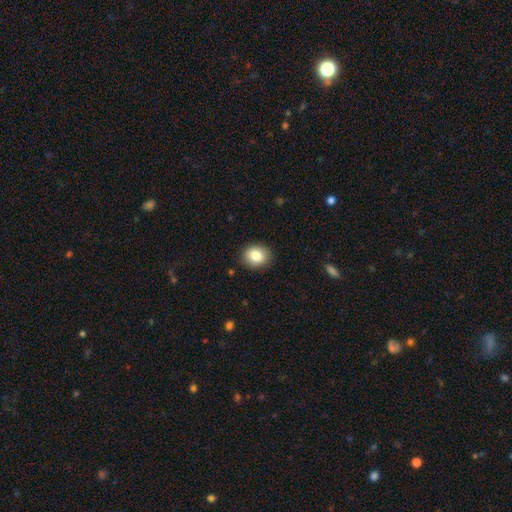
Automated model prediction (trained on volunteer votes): A smooth galaxy with no disk features (83%) that is round (59%).

Vote fractions:
- Smooth or featured? smooth: 83% / star or artifact: 9% / featured or disk: 8%
- How rounded? round: 59% / in between: 40% / cigar-shaped: 1%
- Merging? none: 88% / minor disturbance: 9% / major disturbance: 2% / merger: 1%